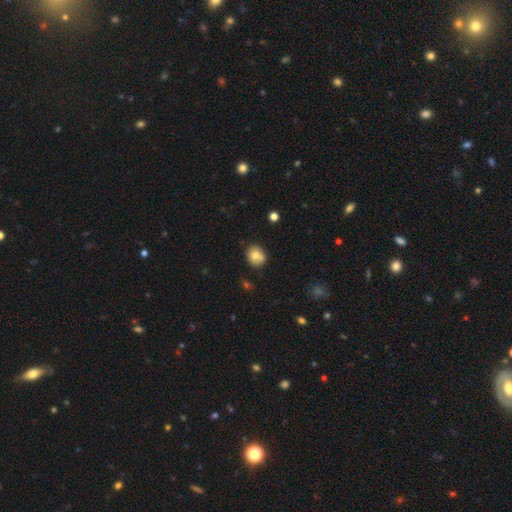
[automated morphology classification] Smooth or featured: smooth — 77% (featured or disk — 13%)
How rounded: round — 70% (in between — 29%)
Merging: none — 73% (minor disturbance — 16%)